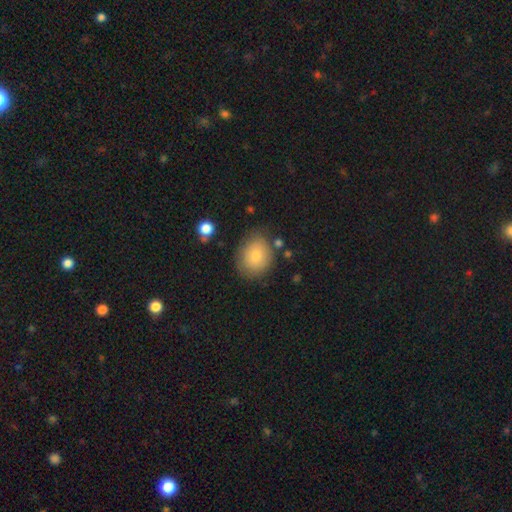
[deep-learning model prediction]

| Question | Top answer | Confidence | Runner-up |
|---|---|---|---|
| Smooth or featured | smooth | 76% | featured or disk (14%) |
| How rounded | round | 60% | in between (39%) |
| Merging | none | 77% | minor disturbance (16%) |